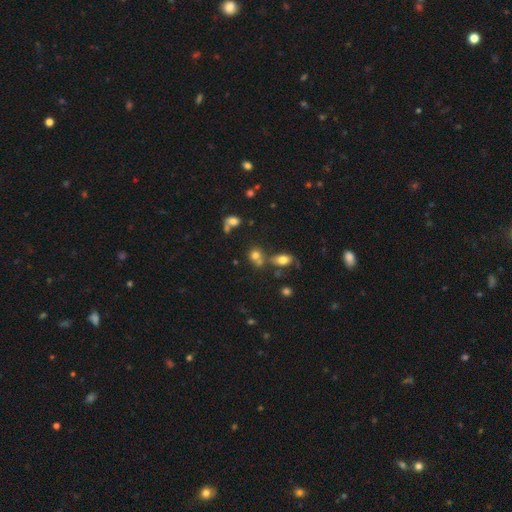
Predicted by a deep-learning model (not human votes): A smooth galaxy with no disk features (74%) that is round (72%).

Vote fractions:
- Smooth or featured? smooth: 74% / star or artifact: 16% / featured or disk: 10%
- How rounded? round: 72% / in between: 26% / cigar-shaped: 2%
- Merging? none: 50% / merger: 33% / minor disturbance: 11% / major disturbance: 5%